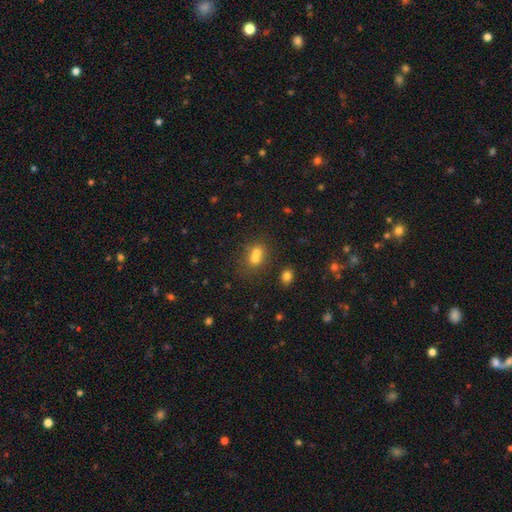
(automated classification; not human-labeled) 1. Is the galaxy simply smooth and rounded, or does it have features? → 65% smooth, 18% star or artifact, 17% featured or disk.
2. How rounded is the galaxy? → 61% round, 38% in between, 2% cigar-shaped.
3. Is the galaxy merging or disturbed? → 59% merger, 30% none, 7% minor disturbance, 3% major disturbance.